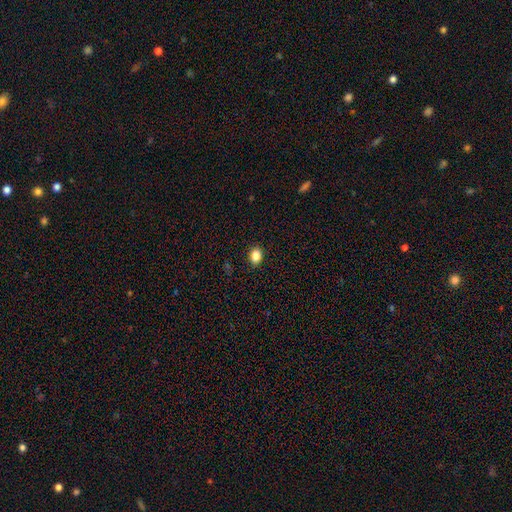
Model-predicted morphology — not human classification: Smooth or featured?
  - smooth: 85% *
  - star or artifact: 10%
  - featured or disk: 5%
How rounded?
  - in between: 61% *
  - round: 38%
  - cigar-shaped: 1%
Merging?
  - none: 89% *
  - minor disturbance: 8%
  - major disturbance: 2%
  - merger: 1%